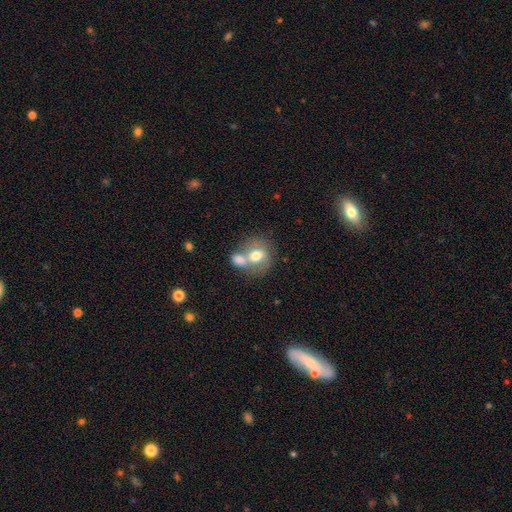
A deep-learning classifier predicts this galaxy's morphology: Smooth or featured: smooth — 67% (featured or disk — 25%)
How rounded: round — 52% (in between — 47%)
Merging: merger — 55% (none — 29%)